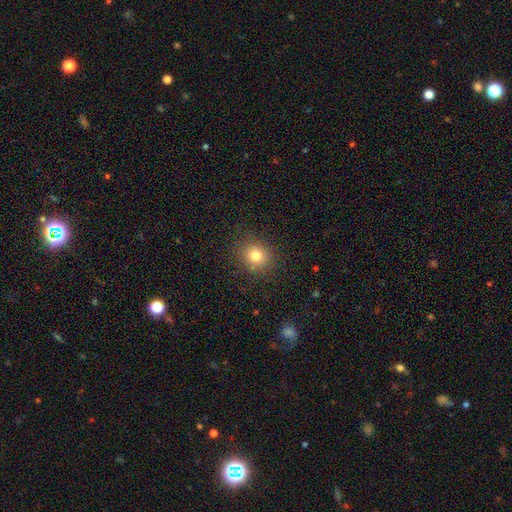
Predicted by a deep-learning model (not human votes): Smooth or featured: smooth — 79% (star or artifact — 14%)
How rounded: round — 84% (in between — 15%)
Merging: none — 87% (minor disturbance — 8%)